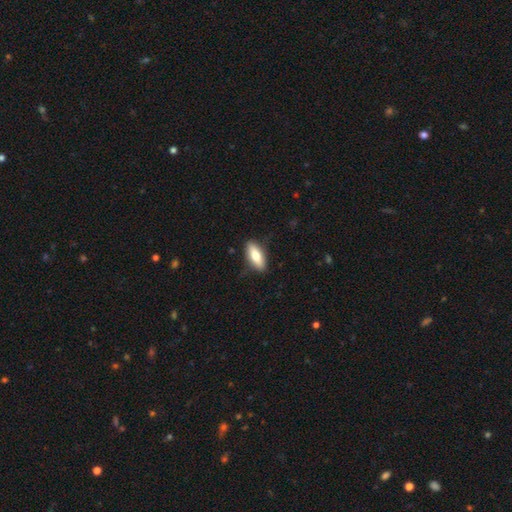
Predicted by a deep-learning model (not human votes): This is likely a smooth galaxy (73%). How rounded: likely in between (69%). Merging: clearly none (84%).